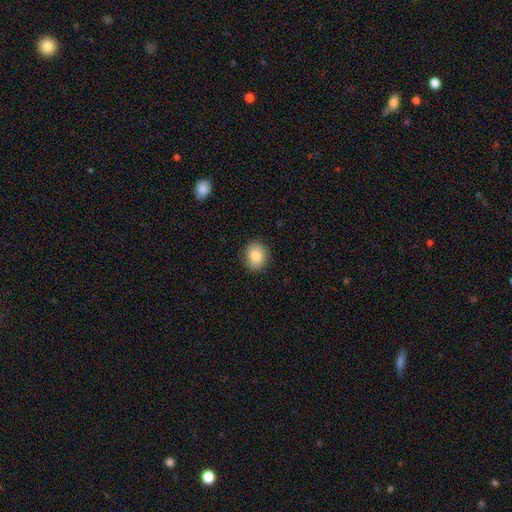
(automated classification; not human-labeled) This appears to be a smooth galaxy with no disk features (85%) that is round (58%). Merging: none (87%).